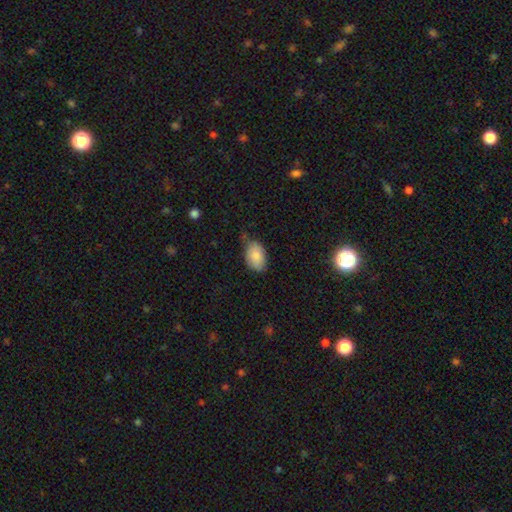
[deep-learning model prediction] Smooth or featured?
  - smooth: 86% *
  - featured or disk: 7%
  - star or artifact: 7%
How rounded?
  - in between: 90% *
  - round: 8%
  - cigar-shaped: 1%
Merging?
  - none: 63% *
  - minor disturbance: 30%
  - major disturbance: 5%
  - merger: 3%